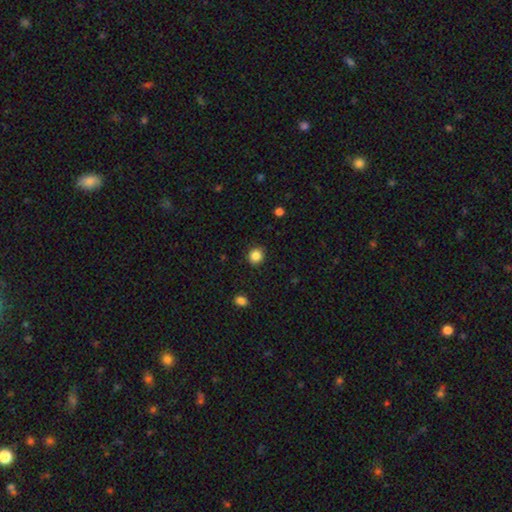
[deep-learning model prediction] This is clearly a smooth galaxy (86%). How rounded: clearly round (86%). Merging: clearly none (90%).